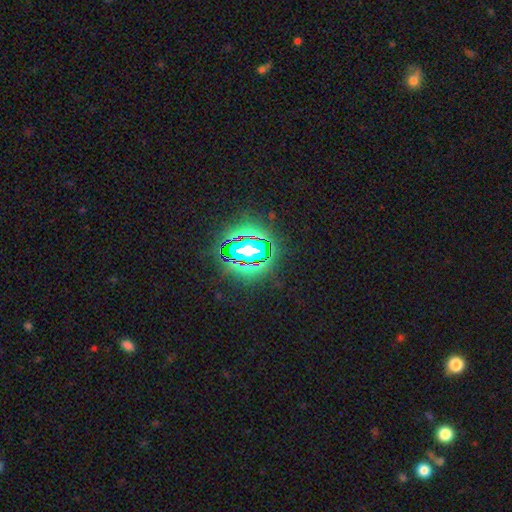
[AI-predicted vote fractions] star or artifact 80%, smooth 12%, featured or disk 8%.